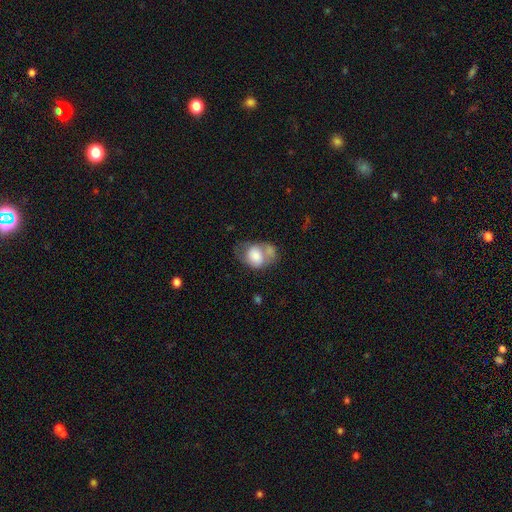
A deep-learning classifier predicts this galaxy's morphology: This is likely a smooth galaxy (69%). How rounded: likely in between (63%). Merging: marginally merger (44%).